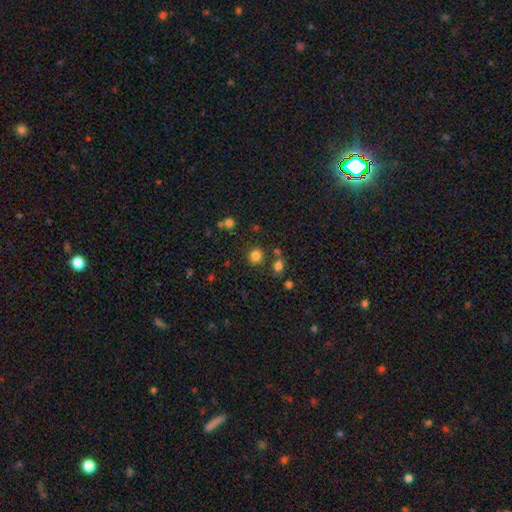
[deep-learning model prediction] The model was most divided on "smooth or featured": smooth: 80%, star or artifact: 15%, featured or disk: 5%. More confident: how rounded — round (89%); merging — none (81%).